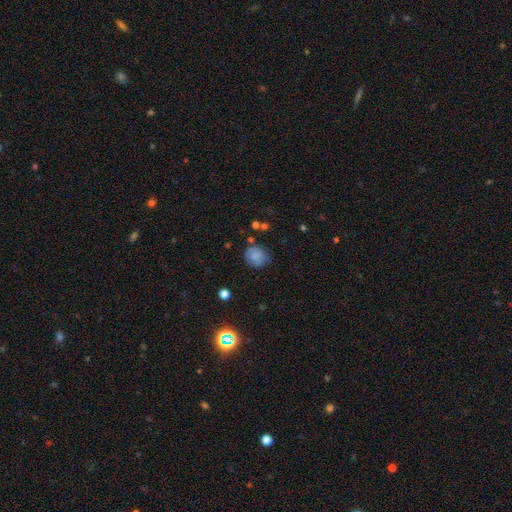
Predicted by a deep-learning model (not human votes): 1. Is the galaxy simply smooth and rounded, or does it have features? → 75% smooth, 13% featured or disk, 12% star or artifact.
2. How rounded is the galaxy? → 70% round, 29% in between, 1% cigar-shaped.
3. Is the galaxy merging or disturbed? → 66% none, 21% minor disturbance, 8% major disturbance, 5% merger.